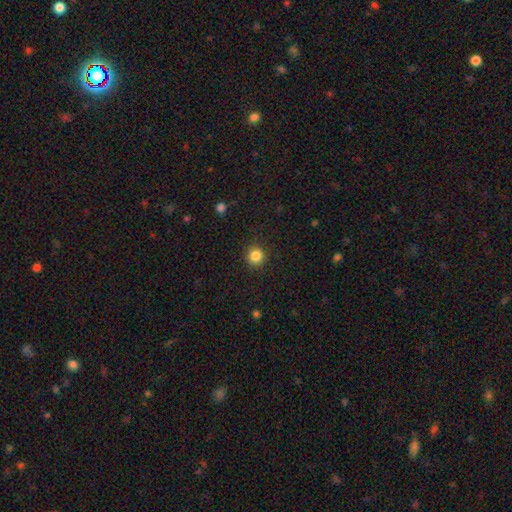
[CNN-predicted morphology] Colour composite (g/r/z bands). It shows a smooth galaxy with no disk features (85%) that is round (94%). Merging: none (91%).